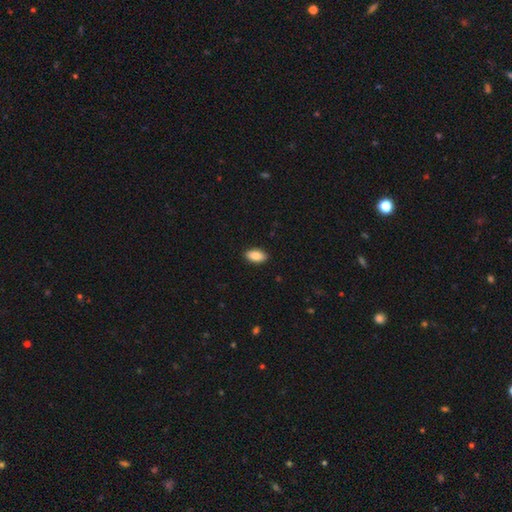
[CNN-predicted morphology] smooth 87%, star or artifact 7%, featured or disk 6%. Down the decision tree: how rounded — in between (93%); merging — none (91%).